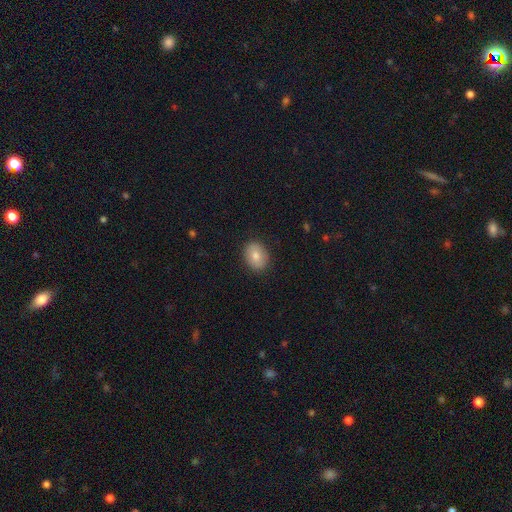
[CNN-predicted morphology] A smooth galaxy with no disk features (80%) that is in between round and cigar-shaped (61%). Merging: none (88%).